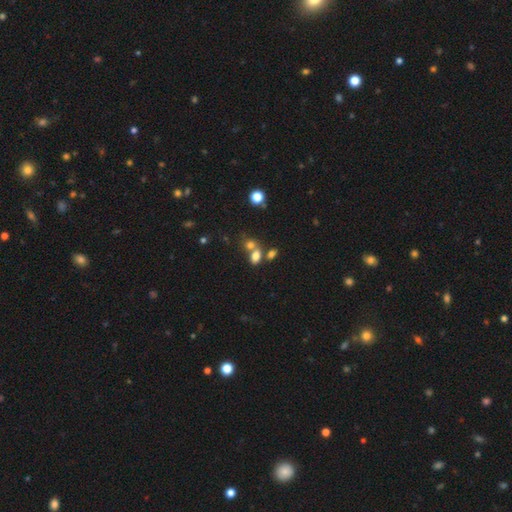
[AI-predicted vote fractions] smooth_or_featured: smooth (p=0.75) [alt: star or artifact p=0.14]
how_rounded: in between (p=0.78) [alt: round p=0.20]
merging: merger (p=0.47) [alt: none p=0.39]